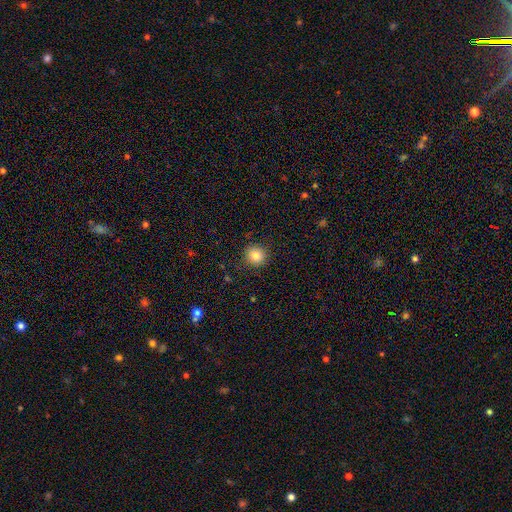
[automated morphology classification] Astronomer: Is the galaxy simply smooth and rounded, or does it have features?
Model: smooth — 83%.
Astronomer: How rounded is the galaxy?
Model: round — 91%.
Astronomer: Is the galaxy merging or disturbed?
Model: none — 90%.